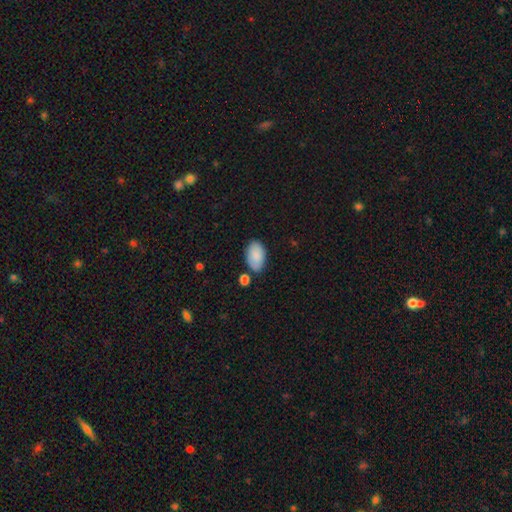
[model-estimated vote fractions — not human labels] Smooth or featured: smooth — 88% (featured or disk — 6%)
How rounded: in between — 94% (round — 5%)
Merging: none — 74% (minor disturbance — 16%)